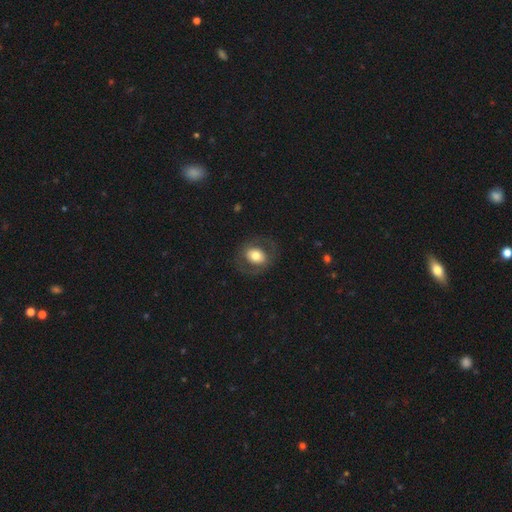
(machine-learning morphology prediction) This is possibly a smooth galaxy (59%). How rounded: possibly round (51%). Merging: likely none (77%).